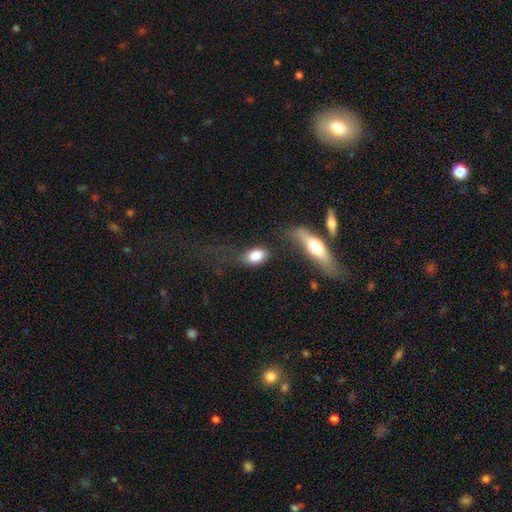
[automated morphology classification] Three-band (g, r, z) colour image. It shows a smooth galaxy with no disk features (82%) that is in between round and cigar-shaped (86%). Merging: none (49%).